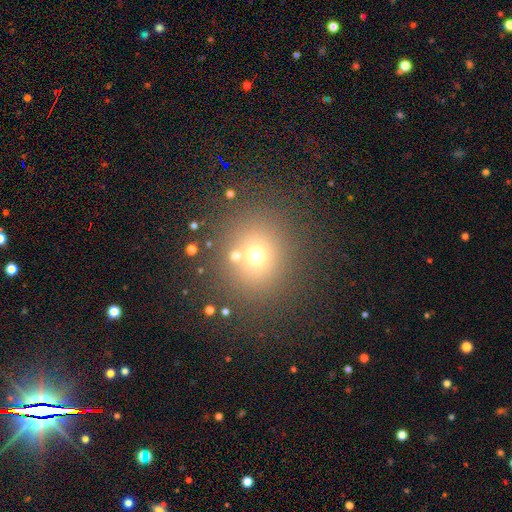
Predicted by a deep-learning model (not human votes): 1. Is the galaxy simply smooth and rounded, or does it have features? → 64% smooth, 24% star or artifact, 12% featured or disk.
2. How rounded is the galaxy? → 85% round, 14% in between, 1% cigar-shaped.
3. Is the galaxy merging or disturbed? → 73% none, 13% merger, 8% minor disturbance, 5% major disturbance.